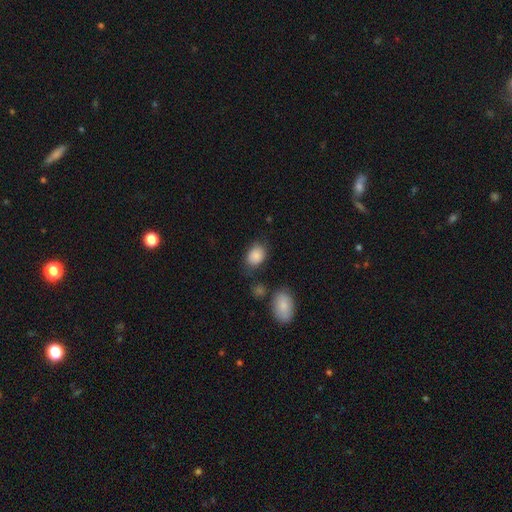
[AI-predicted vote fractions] Smooth or featured? Predicted: smooth (p=0.86). How rounded? Predicted: in between (p=0.68). Merging? Predicted: none (p=0.69).